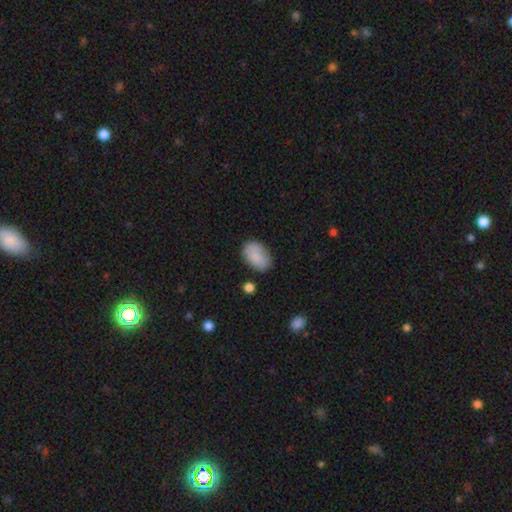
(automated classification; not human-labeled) This is clearly a smooth galaxy (85%). How rounded: clearly in between (89%). Merging: likely none (75%).